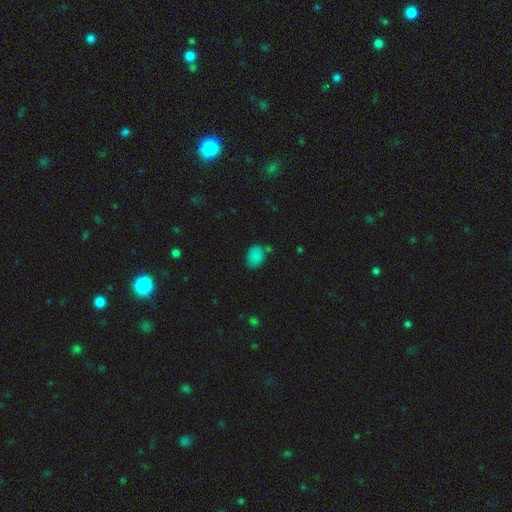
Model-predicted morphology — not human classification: Smooth or featured?
  - smooth: 83% *
  - star or artifact: 12%
  - featured or disk: 5%
How rounded?
  - in between: 65% *
  - round: 34%
  - cigar-shaped: 1%
Merging?
  - none: 70% *
  - minor disturbance: 19%
  - merger: 7%
  - major disturbance: 4%